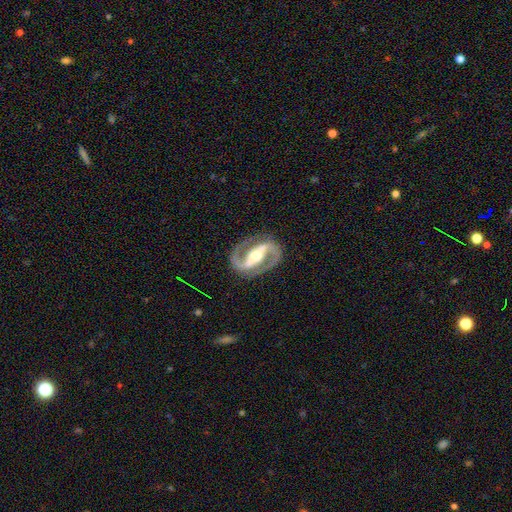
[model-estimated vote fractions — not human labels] smooth_or_featured: featured or disk (p=0.93) [alt: smooth p=0.04]
disk_edge_on: no (p=0.97) [alt: yes p=0.03]
bar: strong (p=0.71) [alt: weak p=0.19]
has_spiral_arms: yes (p=0.97) [alt: no p=0.03]
spiral_winding: medium (p=0.59) [alt: tight p=0.27]
spiral_arm_count: 2 (p=0.94) [alt: can't tell p=0.01]
bulge_size: moderate (p=0.65) [alt: small p=0.21]
merging: none (p=0.86) [alt: minor disturbance p=0.09]